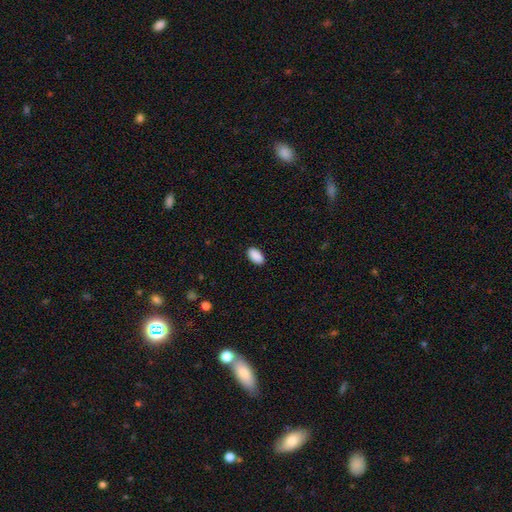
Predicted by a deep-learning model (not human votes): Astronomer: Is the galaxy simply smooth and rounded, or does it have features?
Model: smooth — 91%.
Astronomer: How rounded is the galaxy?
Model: in between — 95%.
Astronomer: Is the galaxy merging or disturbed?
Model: none — 89%.